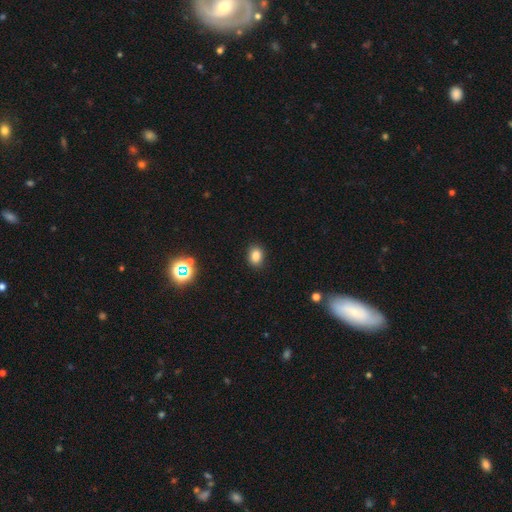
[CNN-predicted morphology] smooth_or_featured: smooth (p=0.83) [alt: star or artifact p=0.13]
how_rounded: in between (p=0.59) [alt: round p=0.39]
merging: none (p=0.90) [alt: minor disturbance p=0.07]